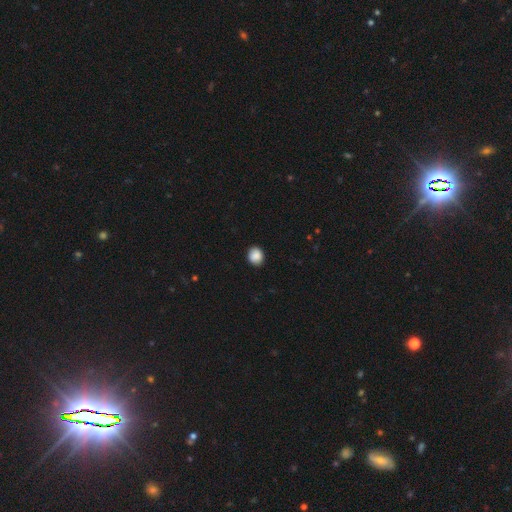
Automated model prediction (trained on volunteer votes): A smooth galaxy with no disk features (88%) that is round (72%).

Vote fractions:
- Smooth or featured? smooth: 88% / star or artifact: 8% / featured or disk: 4%
- How rounded? round: 72% / in between: 27% / cigar-shaped: 1%
- Merging? none: 88% / minor disturbance: 9% / major disturbance: 2% / merger: 1%